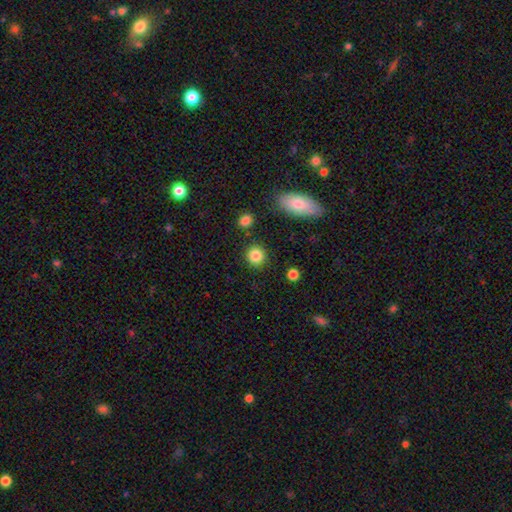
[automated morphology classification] The model was most divided on "smooth or featured": smooth: 85%, star or artifact: 10%, featured or disk: 5%. More confident: merging — none (88%); how rounded — round (88%).